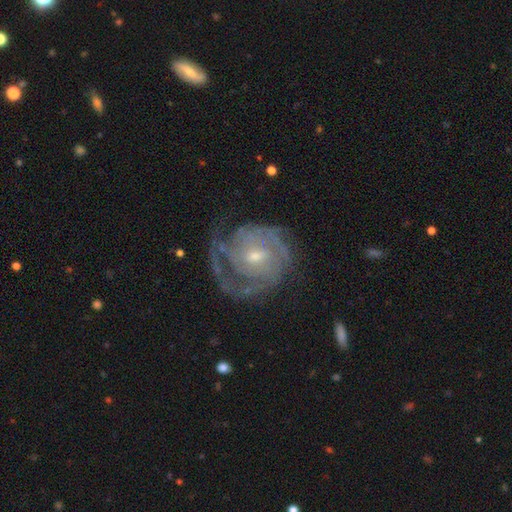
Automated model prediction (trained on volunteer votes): This appears to be a featured or disk galaxy (86%) with a weak bar (48%), 2 (33%) tight (61%) spiral arms (94%) and a small central bulge (50%). Merging: none (62%).